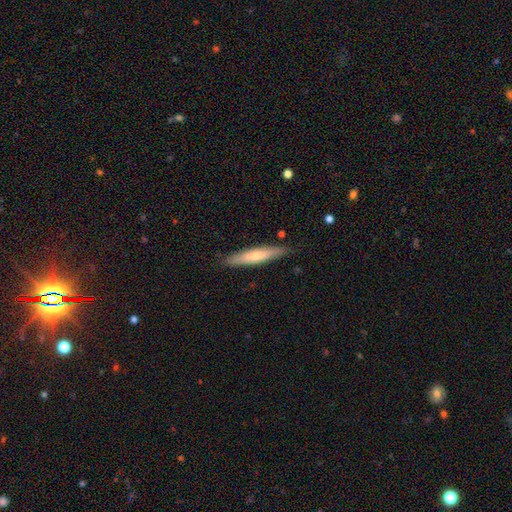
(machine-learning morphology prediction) A smooth galaxy with no disk features (57%) that is cigar-shaped (88%). Merging: none (87%).